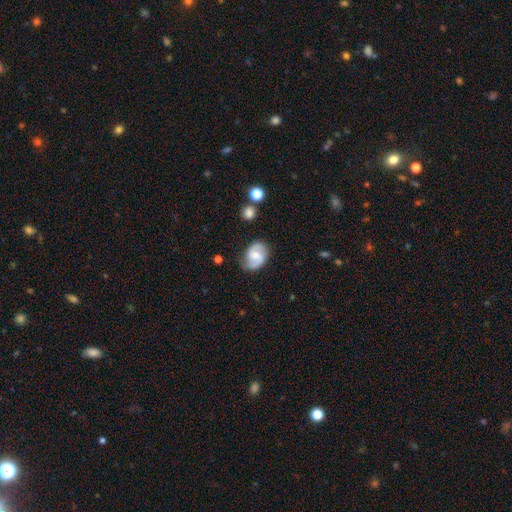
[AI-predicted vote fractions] smooth-or-featured: featured or disk: 75% | smooth: 19% | star or artifact: 6%
  disk-edge-on: no: 98% | yes: 2%
    bar: weak: 48% | no: 42% | strong: 10%
    has-spiral-arms: yes: 95% | no: 5%
      spiral-winding: medium: 49% | loose: 30% | tight: 21%
      spiral-arm-count: 2: 88% | can't tell: 5% | 1: 4% | 3: 1% | 4: 1% | more than 4: 1%
    bulge-size: moderate: 46% | small: 40% | none: 9% | large: 4% | dominant: 1%
  merging: none: 76% | minor disturbance: 18% | major disturbance: 5% | merger: 2%